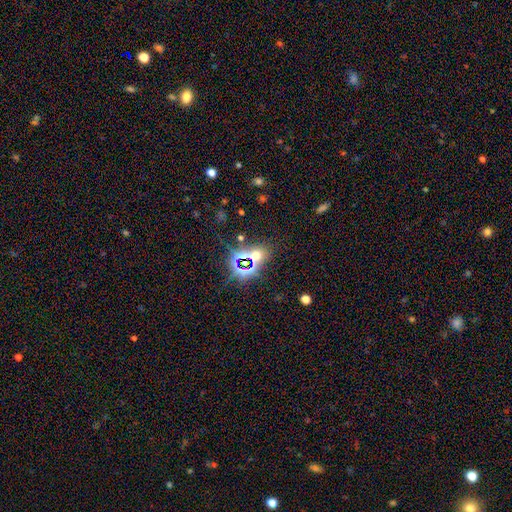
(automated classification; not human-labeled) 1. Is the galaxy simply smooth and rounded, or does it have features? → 57% star or artifact, 34% smooth, 9% featured or disk.